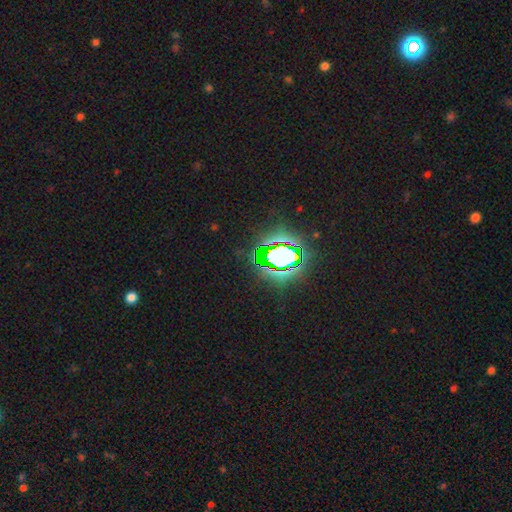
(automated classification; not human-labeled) Smooth or featured? Predicted: star or artifact (p=0.77).